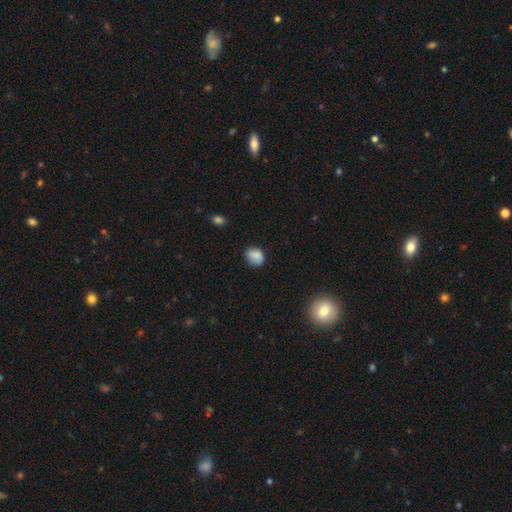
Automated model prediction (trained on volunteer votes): Smooth or featured: smooth — 81% (featured or disk — 10%)
How rounded: round — 61% (in between — 38%)
Merging: none — 69% (minor disturbance — 24%)